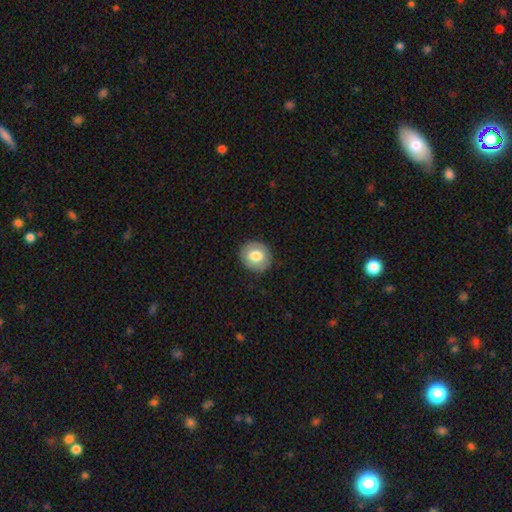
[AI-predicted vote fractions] Q: Smooth or featured?
A: smooth (73%); runner-up: featured or disk (19%)
Q: How rounded?
A: round (77%); runner-up: in between (22%)
Q: Merging?
A: none (87%); runner-up: minor disturbance (9%)